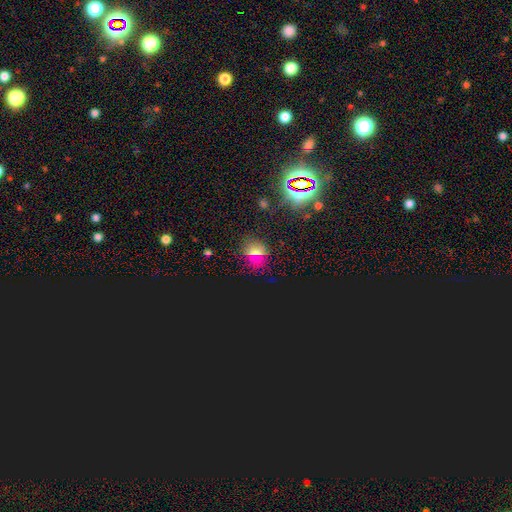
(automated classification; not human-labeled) Smooth or featured?
  - star or artifact: 51% *
  - smooth: 39%
  - featured or disk: 9%